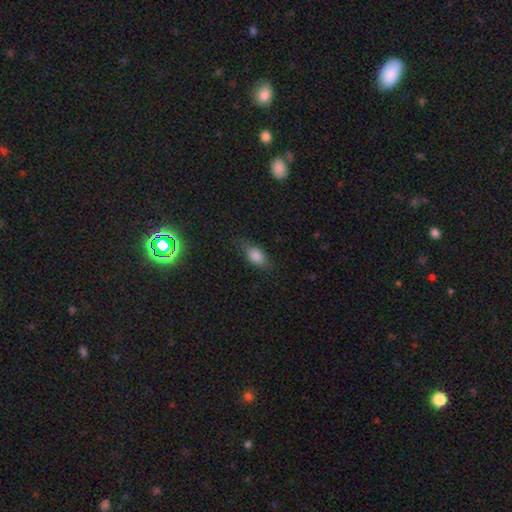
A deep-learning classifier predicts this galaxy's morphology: smooth-or-featured: smooth: 82% | star or artifact: 9% | featured or disk: 9%
  how-rounded: in between: 85% | round: 8% | cigar-shaped: 7%
  merging: none: 73% | minor disturbance: 20% | major disturbance: 6% | merger: 1%